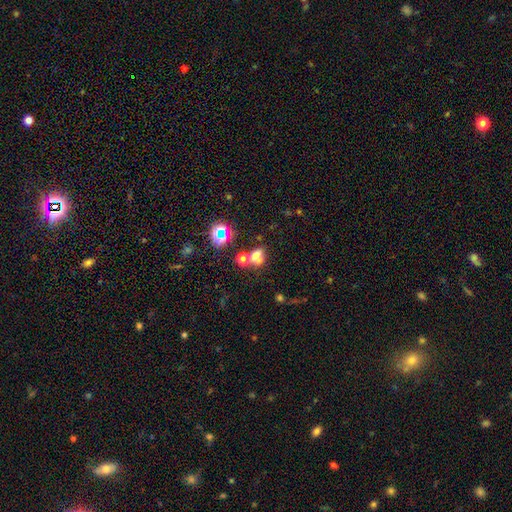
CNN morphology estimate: smooth-or-featured: smooth: 60% | star or artifact: 24% | featured or disk: 16%
  how-rounded: in between: 50% | round: 48% | cigar-shaped: 1%
  merging: merger: 43% | none: 39% | minor disturbance: 12% | major disturbance: 7%